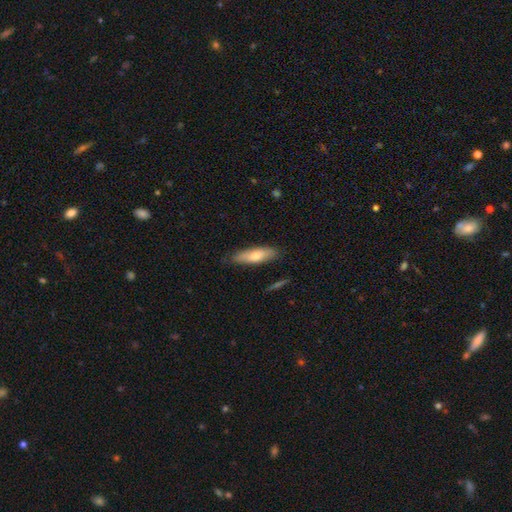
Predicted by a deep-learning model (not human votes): A smooth galaxy with no disk features (67%) that is cigar-shaped (59%).

Vote fractions:
- Smooth or featured? smooth: 67% / featured or disk: 27% / star or artifact: 6%
- How rounded? cigar-shaped: 59% / in between: 39% / round: 2%
- Merging? none: 80% / minor disturbance: 15% / major disturbance: 3% / merger: 2%